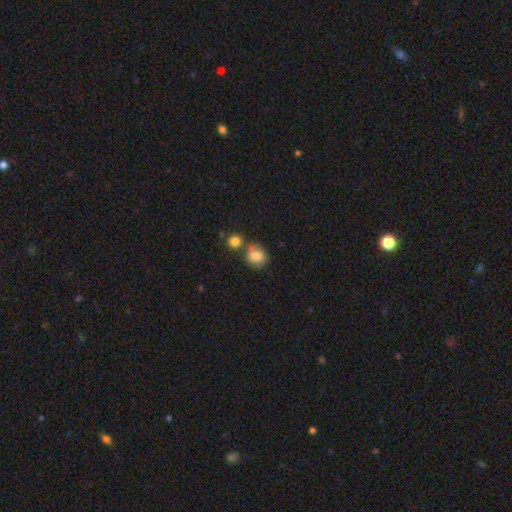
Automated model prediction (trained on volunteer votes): smooth_or_featured: smooth (p=0.78) [alt: featured or disk p=0.13]
how_rounded: round (p=0.79) [alt: in between p=0.20]
merging: none (p=0.56) [alt: merger p=0.21]